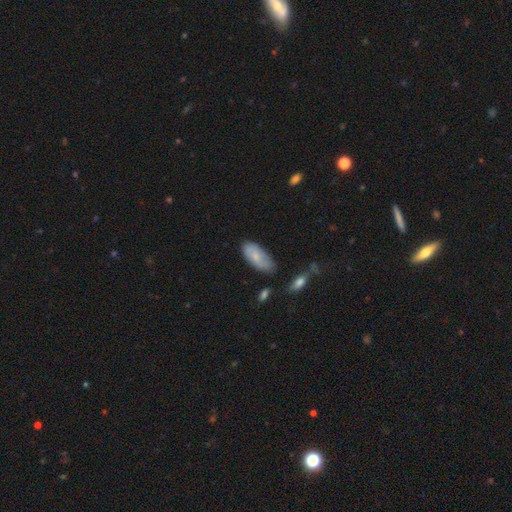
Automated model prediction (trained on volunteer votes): smooth 72%, featured or disk 22%, star or artifact 6%. Down the decision tree: how rounded — in between (88%); merging — none (71%).